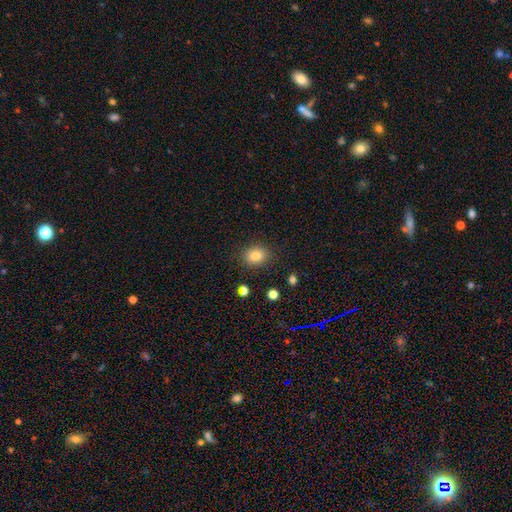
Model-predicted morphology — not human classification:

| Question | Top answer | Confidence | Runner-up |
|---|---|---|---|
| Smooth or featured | smooth | 83% | star or artifact (11%) |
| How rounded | in between | 54% | round (45%) |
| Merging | none | 86% | minor disturbance (9%) |